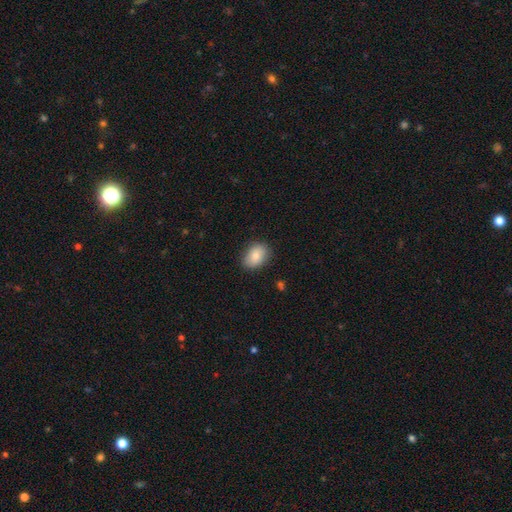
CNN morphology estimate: This appears to be a smooth galaxy with no disk features (83%) that is in between round and cigar-shaped (76%). Merging: none (82%).